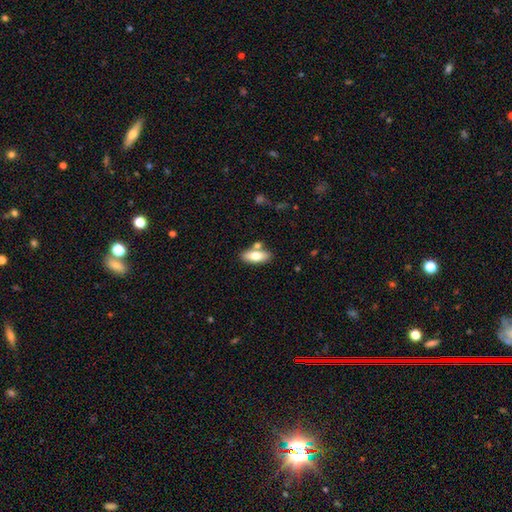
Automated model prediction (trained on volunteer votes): smooth_or_featured: smooth (p=0.74) [alt: featured or disk p=0.20]
how_rounded: in between (p=0.81) [alt: cigar-shaped p=0.16]
merging: none (p=0.71) [alt: merger p=0.15]